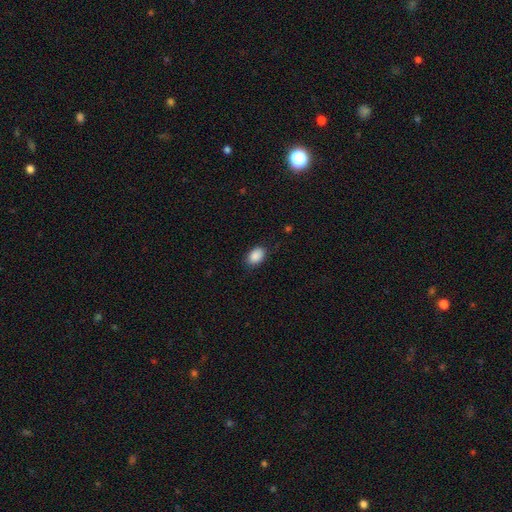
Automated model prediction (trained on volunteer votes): smooth 89%, star or artifact 8%, featured or disk 3%. Down the decision tree: how rounded — in between (87%); merging — none (84%).